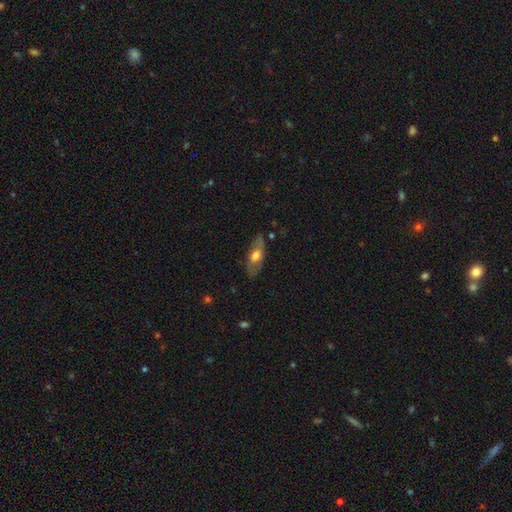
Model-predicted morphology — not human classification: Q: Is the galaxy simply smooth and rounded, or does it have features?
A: smooth — 49%.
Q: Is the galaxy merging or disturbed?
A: none — 76%.